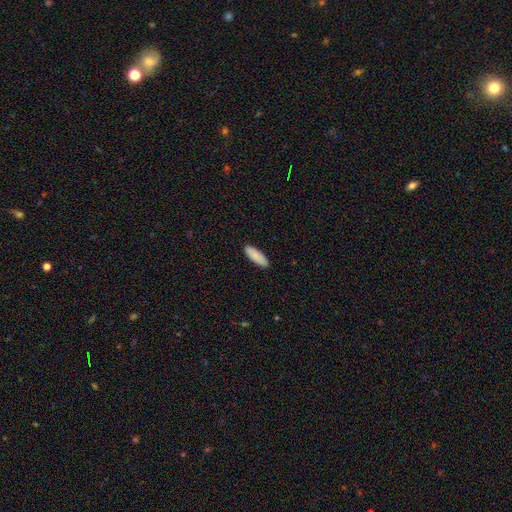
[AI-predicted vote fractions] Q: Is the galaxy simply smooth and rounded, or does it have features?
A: smooth — 87%.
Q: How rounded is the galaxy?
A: in between — 60%.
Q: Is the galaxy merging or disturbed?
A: none — 90%.